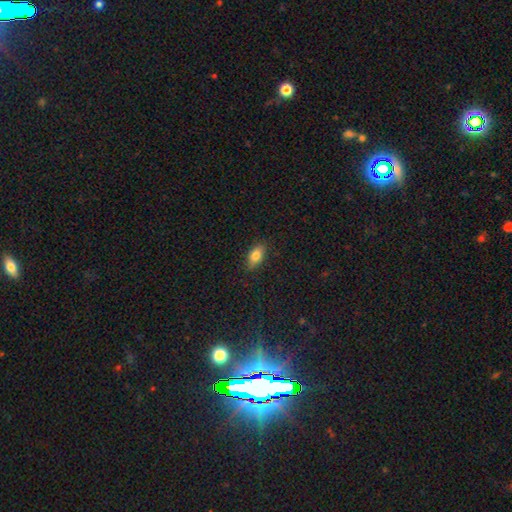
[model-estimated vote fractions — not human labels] This appears to be a smooth galaxy with no disk features (81%) that is in between round and cigar-shaped (89%). Merging: none (86%).